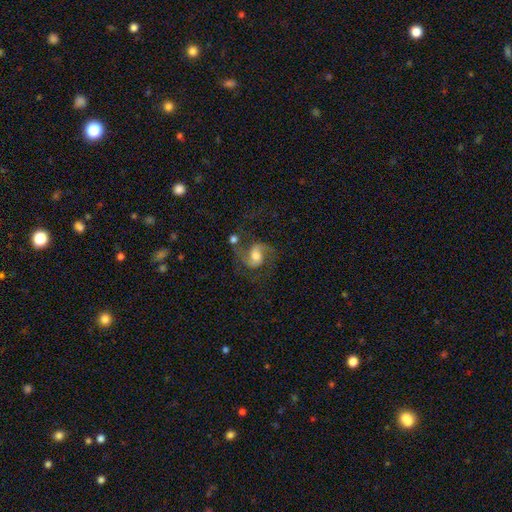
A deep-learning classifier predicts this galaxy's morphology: smooth-or-featured: featured or disk: 77% | smooth: 15% | star or artifact: 8%
  disk-edge-on: no: 98% | yes: 2%
    bar: weak: 46% | no: 40% | strong: 15%
    has-spiral-arms: yes: 95% | no: 5%
      spiral-winding: medium: 52% | loose: 36% | tight: 12%
      spiral-arm-count: 2: 89% | 1: 4% | can't tell: 3% | 3: 2% | 4: 1% | more than 4: 1%
    bulge-size: moderate: 56% | large: 23% | small: 15% | none: 4% | dominant: 2%
  merging: none: 53% | major disturbance: 19% | minor disturbance: 17% | merger: 12%